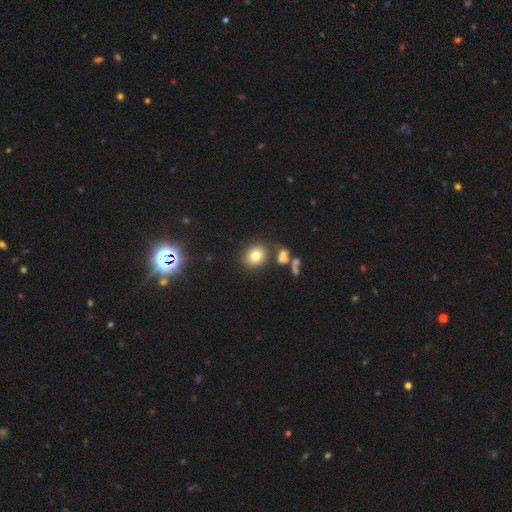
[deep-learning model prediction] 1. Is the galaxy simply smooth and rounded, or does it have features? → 78% smooth, 12% star or artifact, 10% featured or disk.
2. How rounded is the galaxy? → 67% round, 32% in between, 1% cigar-shaped.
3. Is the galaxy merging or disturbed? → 76% none, 10% minor disturbance, 9% merger, 4% major disturbance.